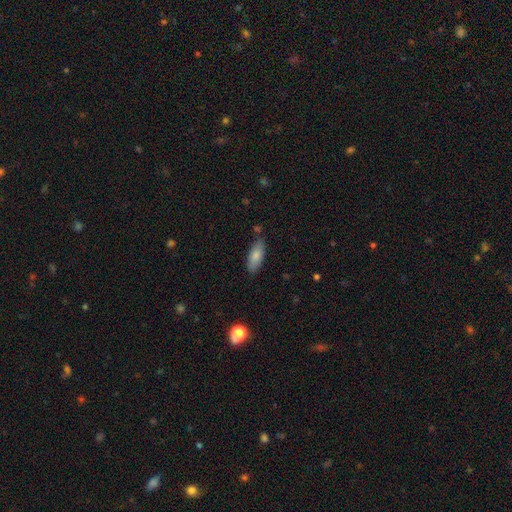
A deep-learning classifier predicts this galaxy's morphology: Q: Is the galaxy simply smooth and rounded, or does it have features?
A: smooth — 80%.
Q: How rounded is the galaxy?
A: in between — 78%.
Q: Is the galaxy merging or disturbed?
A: none — 80%.